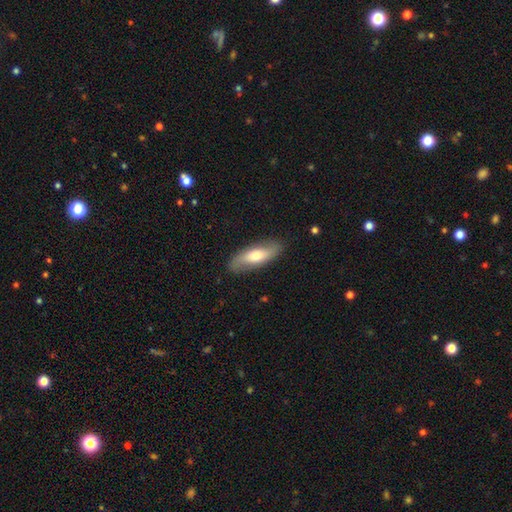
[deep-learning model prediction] smooth-or-featured: smooth: 56% | featured or disk: 38% | star or artifact: 6%
  how-rounded: in between: 60% | cigar-shaped: 37% | round: 3%
  merging: none: 84% | minor disturbance: 12% | major disturbance: 3% | merger: 1%